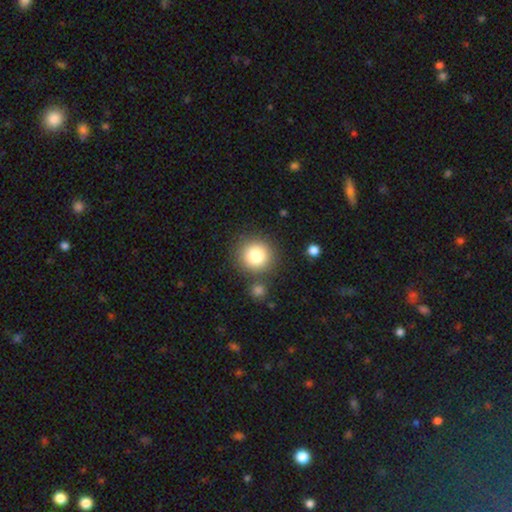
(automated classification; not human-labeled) Q: Smooth or featured?
A: smooth (81%); runner-up: star or artifact (11%)
Q: How rounded?
A: round (93%); runner-up: in between (6%)
Q: Merging?
A: none (80%); runner-up: merger (9%)